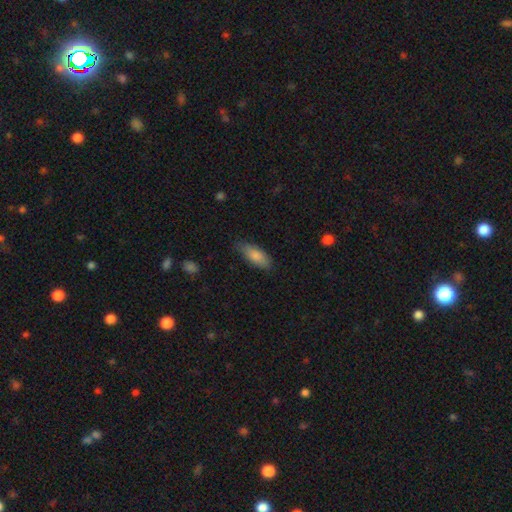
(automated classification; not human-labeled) Smooth or featured: smooth — 83% (featured or disk — 10%)
How rounded: in between — 77% (cigar-shaped — 21%)
Merging: none — 74% (minor disturbance — 21%)